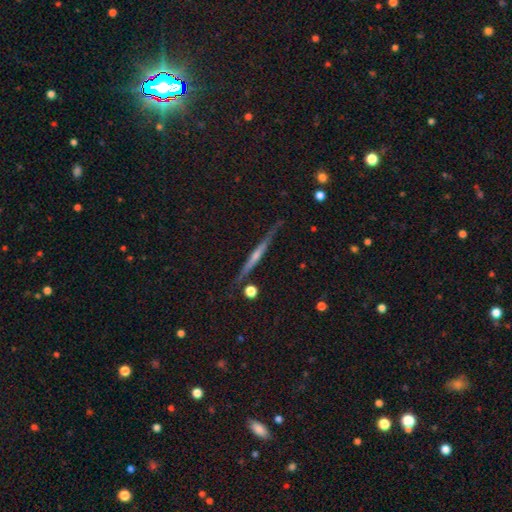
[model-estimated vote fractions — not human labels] Overall: featured or disk (70%). Edge-on disk: yes (97%). Edge-on bulge: rounded (47%; none 42%). Merging: none (87%).